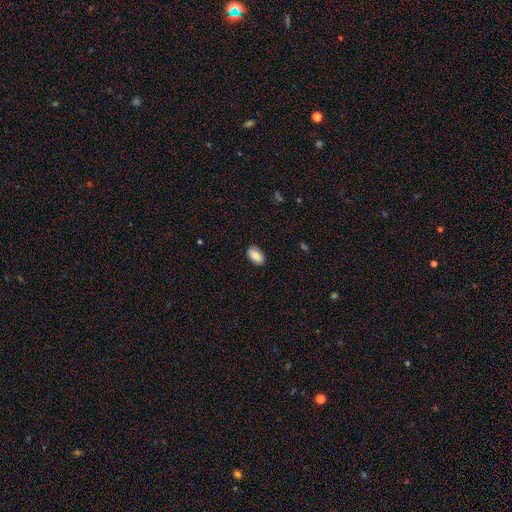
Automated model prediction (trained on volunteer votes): smooth 84%, featured or disk 9%, star or artifact 7%. Down the decision tree: how rounded — in between (93%); merging — none (87%).